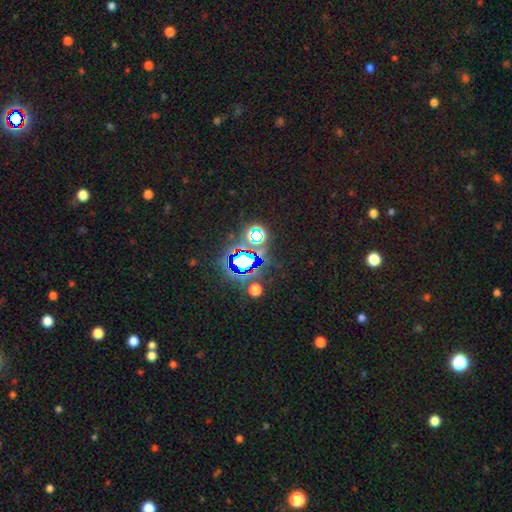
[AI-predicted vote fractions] Q: Smooth or featured?
A: star or artifact (75%); runner-up: smooth (16%)